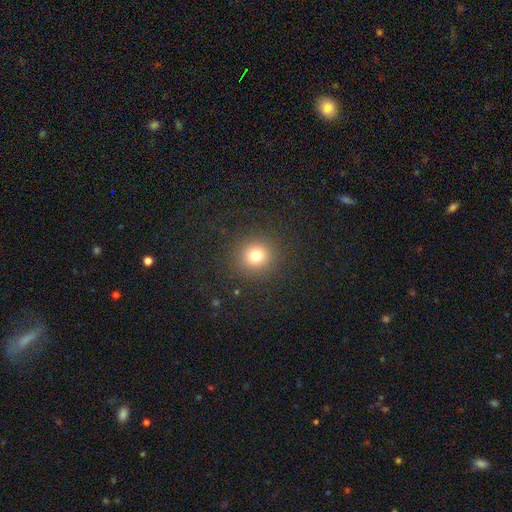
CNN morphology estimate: Smooth or featured: smooth — 76% (star or artifact — 17%)
How rounded: round — 92% (in between — 7%)
Merging: none — 90% (minor disturbance — 6%)